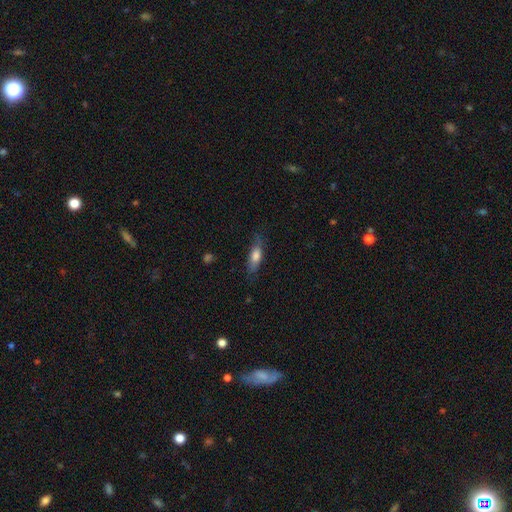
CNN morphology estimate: smooth-or-featured: smooth: 73% | featured or disk: 21% | star or artifact: 7%
  how-rounded: in between: 58% | cigar-shaped: 40% | round: 3%
  merging: none: 70% | minor disturbance: 22% | major disturbance: 6% | merger: 1%